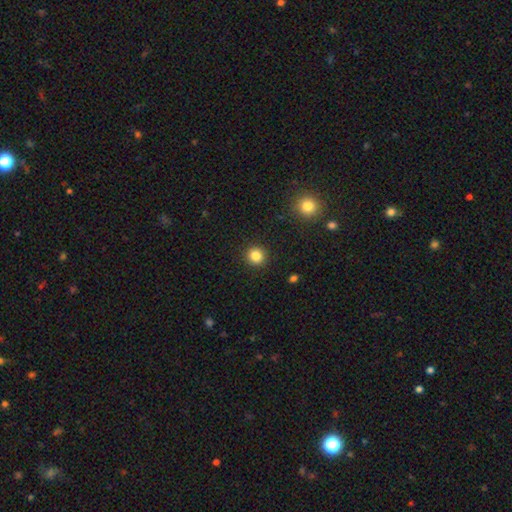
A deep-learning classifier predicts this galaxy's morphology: The model was most divided on "smooth or featured": smooth: 84%, star or artifact: 11%, featured or disk: 5%. More confident: how rounded — round (92%); merging — none (92%).